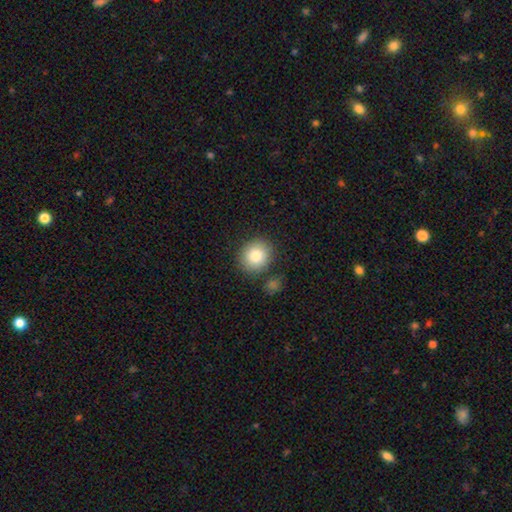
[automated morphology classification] This appears to be a smooth galaxy with no disk features (84%) that is round (78%). Merging: none (81%).